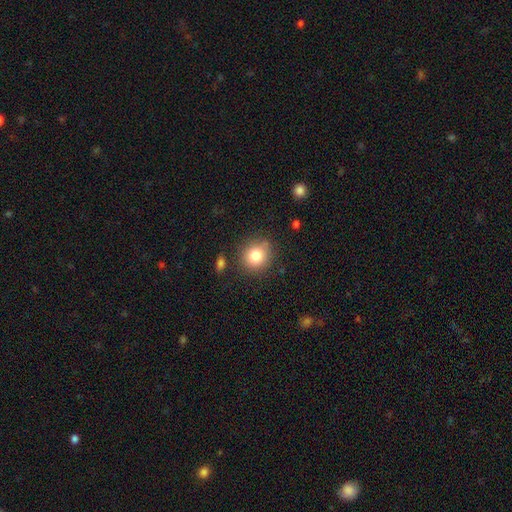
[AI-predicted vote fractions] Smooth or featured? smooth (82%)
How rounded? round (81%)
Merging? none (82%)